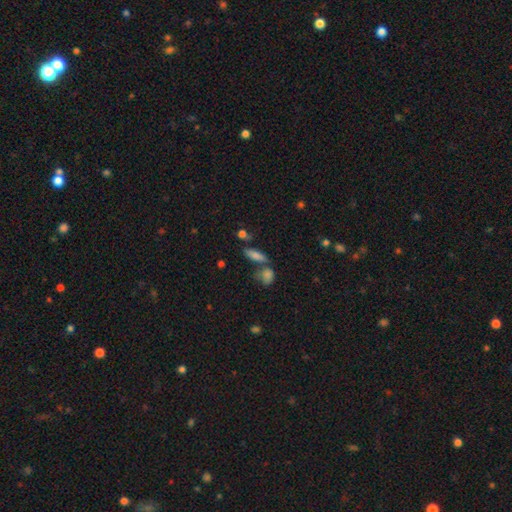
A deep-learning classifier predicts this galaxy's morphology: smooth_or_featured: smooth (p=0.66) [alt: featured or disk p=0.20]
how_rounded: in between (p=0.50) [alt: cigar-shaped p=0.43]
merging: none (p=0.58) [alt: merger p=0.24]